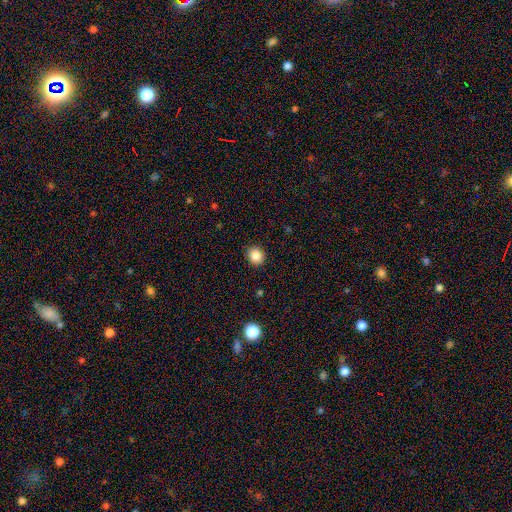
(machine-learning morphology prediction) Q: Smooth or featured?
A: smooth (85%); runner-up: star or artifact (10%)
Q: How rounded?
A: round (81%); runner-up: in between (18%)
Q: Merging?
A: none (91%); runner-up: minor disturbance (6%)